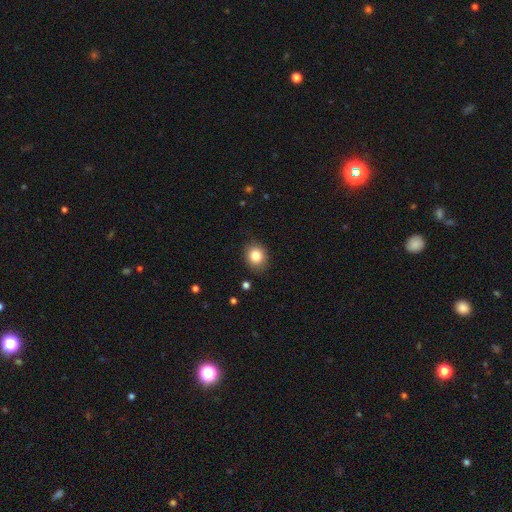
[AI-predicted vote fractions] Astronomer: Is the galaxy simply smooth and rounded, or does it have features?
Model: smooth — 84%.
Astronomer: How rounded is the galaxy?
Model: round — 70%.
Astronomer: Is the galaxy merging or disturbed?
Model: none — 87%.